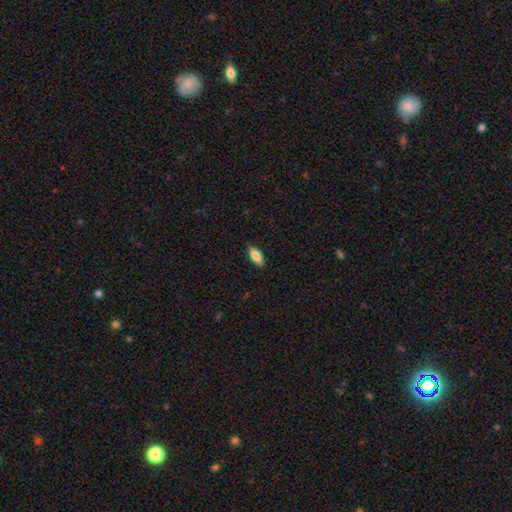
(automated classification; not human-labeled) smooth-or-featured: smooth: 76% | featured or disk: 18% | star or artifact: 7%
  how-rounded: in between: 76% | cigar-shaped: 22% | round: 2%
  merging: none: 87% | minor disturbance: 10% | major disturbance: 2% | merger: 1%